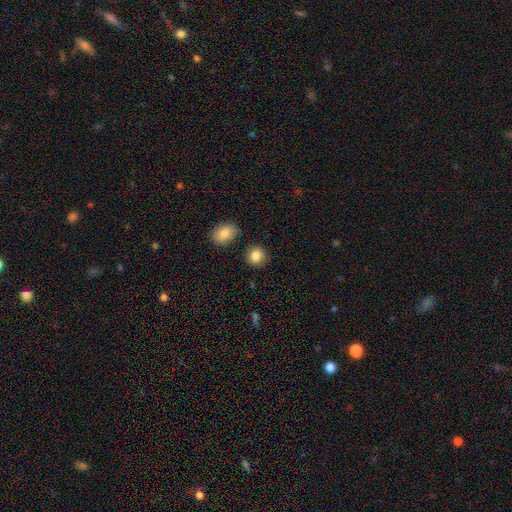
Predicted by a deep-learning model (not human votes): Q: Smooth or featured?
A: smooth (85%); runner-up: star or artifact (9%)
Q: How rounded?
A: round (85%); runner-up: in between (14%)
Q: Merging?
A: none (87%); runner-up: minor disturbance (7%)